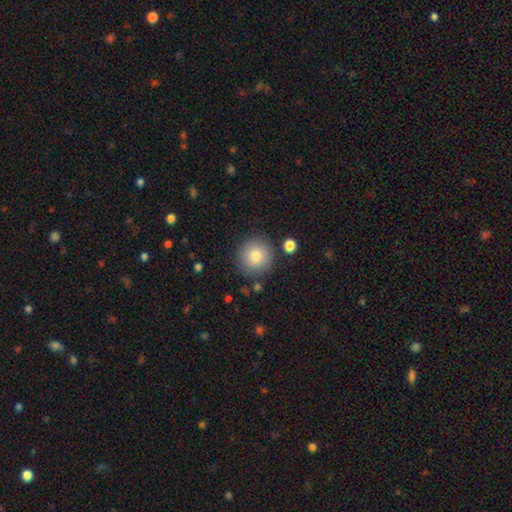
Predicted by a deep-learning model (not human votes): smooth_or_featured: smooth (p=0.80) [alt: featured or disk p=0.10]
how_rounded: round (p=0.92) [alt: in between p=0.07]
merging: none (p=0.84) [alt: minor disturbance p=0.09]